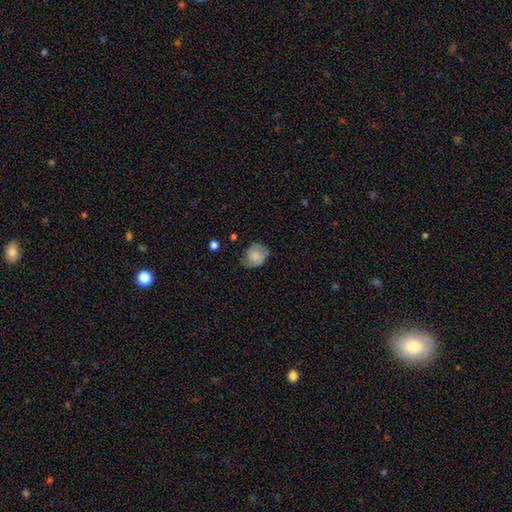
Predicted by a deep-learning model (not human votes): Smooth or featured?
  - smooth: 74% *
  - featured or disk: 18%
  - star or artifact: 8%
How rounded?
  - round: 56% *
  - in between: 43%
  - cigar-shaped: 1%
Merging?
  - none: 58% *
  - minor disturbance: 31%
  - major disturbance: 9%
  - merger: 2%